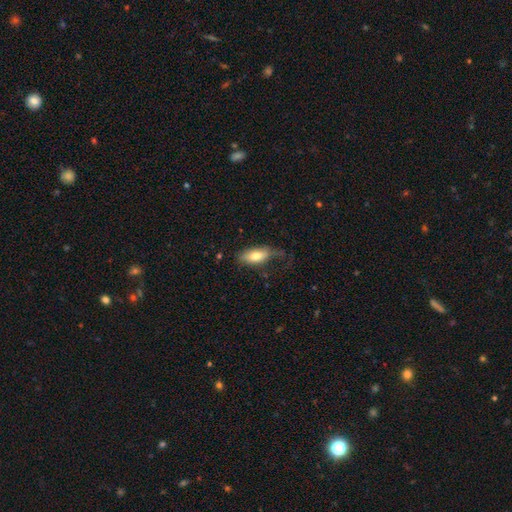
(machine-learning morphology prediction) A smooth galaxy with no disk features (72%) that is in between round and cigar-shaped (83%).

Vote fractions:
- Smooth or featured? smooth: 72% / featured or disk: 22% / star or artifact: 7%
- How rounded? in between: 83% / cigar-shaped: 14% / round: 3%
- Merging? none: 48% / minor disturbance: 31% / major disturbance: 19% / merger: 2%